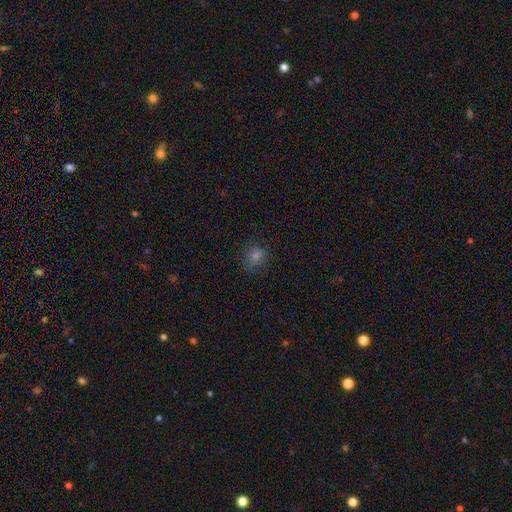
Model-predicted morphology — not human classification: A smooth galaxy with no disk features (61%) that is round (63%).

Vote fractions:
- Smooth or featured? smooth: 61% / star or artifact: 27% / featured or disk: 12%
- How rounded? round: 63% / in between: 35% / cigar-shaped: 2%
- Merging? none: 74% / minor disturbance: 18% / major disturbance: 7% / merger: 2%